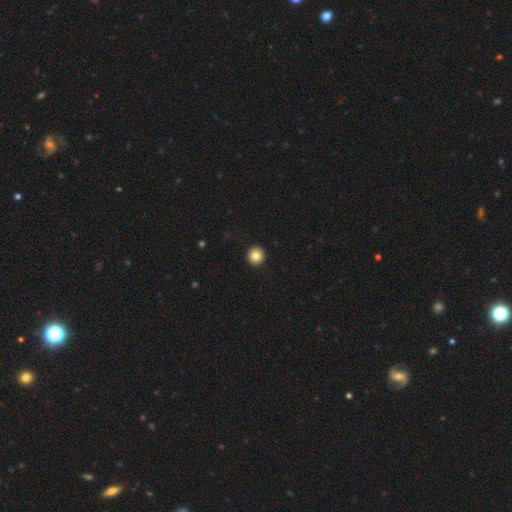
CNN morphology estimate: Smooth or featured?
  - smooth: 83% *
  - star or artifact: 9%
  - featured or disk: 8%
How rounded?
  - round: 94% *
  - in between: 5%
  - cigar-shaped: 1%
Merging?
  - none: 94% *
  - minor disturbance: 4%
  - major disturbance: 1%
  - merger: 1%